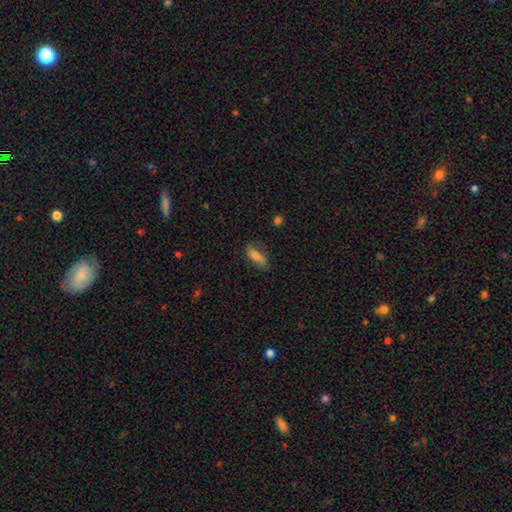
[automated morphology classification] type=smooth (67%); roundness=in between (63%); merging=none (72%).